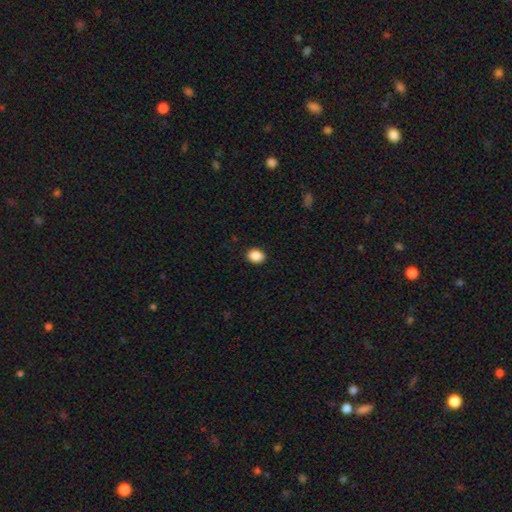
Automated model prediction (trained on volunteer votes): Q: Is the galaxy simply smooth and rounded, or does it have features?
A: smooth — 89%.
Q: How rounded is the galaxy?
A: in between — 59%.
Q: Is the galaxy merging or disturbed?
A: none — 91%.